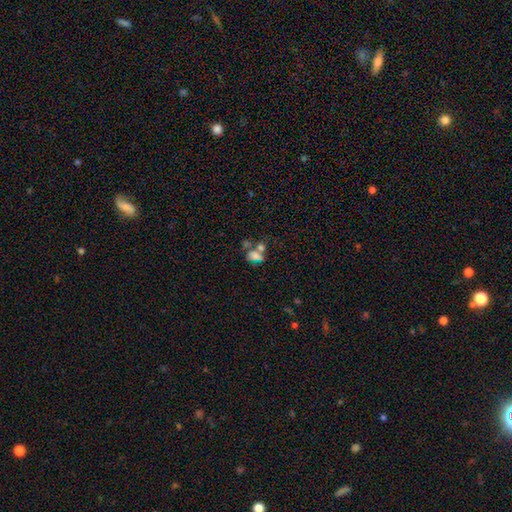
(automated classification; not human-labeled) A smooth galaxy with no disk features (66%) that is in between round and cigar-shaped (73%).

Vote fractions:
- Smooth or featured? smooth: 66% / featured or disk: 18% / star or artifact: 16%
- How rounded? in between: 73% / round: 24% / cigar-shaped: 3%
- Merging? merger: 51% / none: 26% / minor disturbance: 12% / major disturbance: 11%